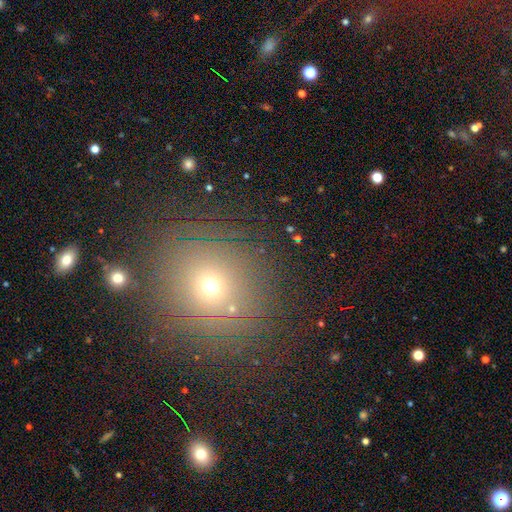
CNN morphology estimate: A smooth galaxy with no disk features (51%) that is round (86%).

Vote fractions:
- Smooth or featured? smooth: 51% / star or artifact: 31% / featured or disk: 18%
- How rounded? round: 86% / in between: 13% / cigar-shaped: 1%
- Merging? none: 82% / minor disturbance: 10% / major disturbance: 5% / merger: 3%